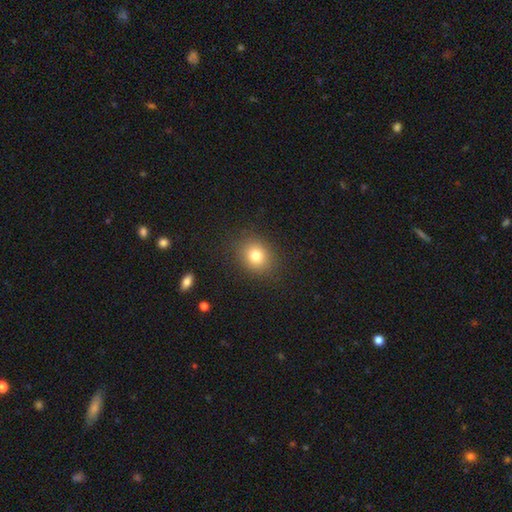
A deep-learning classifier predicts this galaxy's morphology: This appears to be a smooth galaxy with no disk features (79%) that is round (64%). Merging: none (87%).